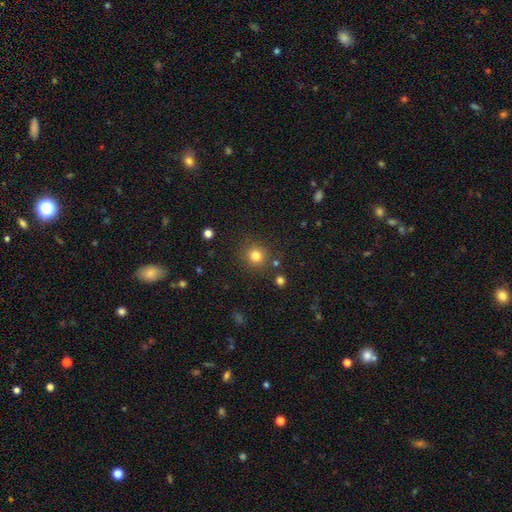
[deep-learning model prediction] A smooth galaxy with no disk features (81%) that is round (91%). Merging: none (85%).